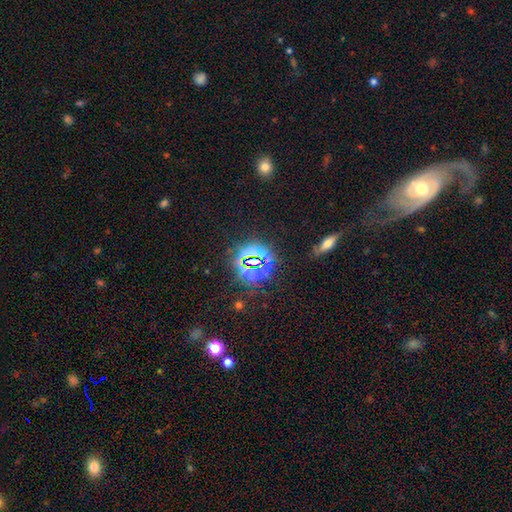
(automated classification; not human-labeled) A star or artifact, not a galaxy (78%).

Vote fractions:
- Smooth or featured? star or artifact: 78% / smooth: 14% / featured or disk: 9%